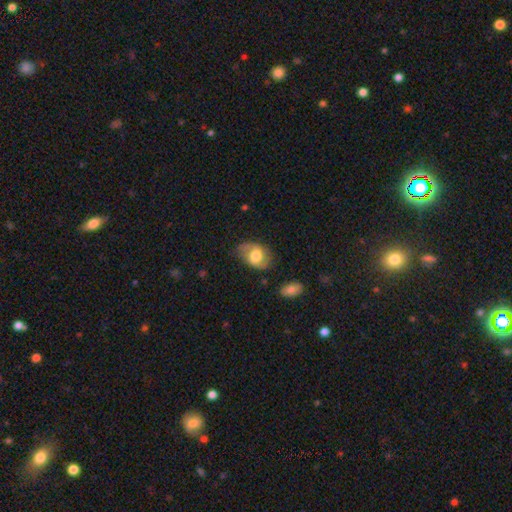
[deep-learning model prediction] A smooth galaxy with no disk features (54%) that is in between round and cigar-shaped (79%). Merging: none (64%).